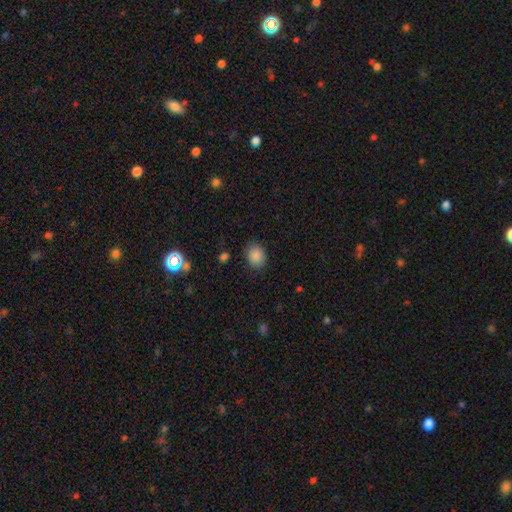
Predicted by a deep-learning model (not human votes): A smooth galaxy with no disk features (87%) that is round (56%). Merging: none (84%).